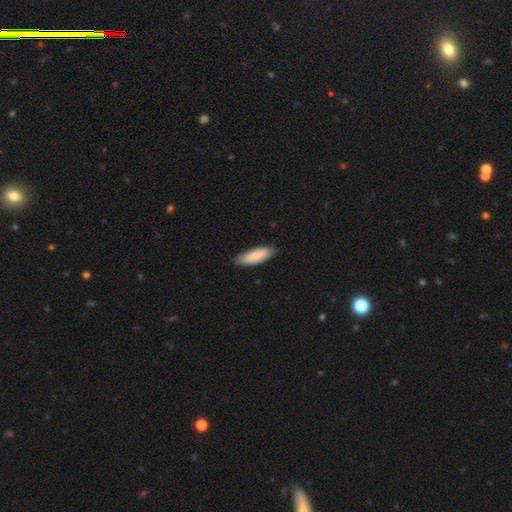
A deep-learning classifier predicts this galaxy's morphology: smooth-or-featured: smooth: 82% | featured or disk: 12% | star or artifact: 5%
  how-rounded: in between: 64% | cigar-shaped: 34% | round: 2%
  merging: none: 84% | minor disturbance: 13% | major disturbance: 2% | merger: 1%